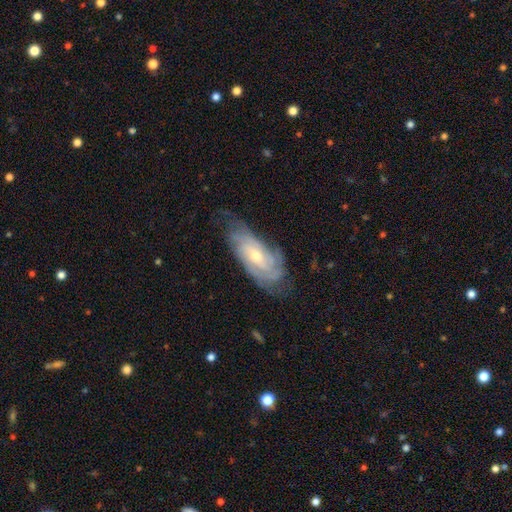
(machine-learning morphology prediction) smooth_or_featured: featured or disk (p=0.80) [alt: smooth p=0.14]
disk_edge_on: no (p=0.91) [alt: yes p=0.09]
bar: no (p=0.61) [alt: weak p=0.32]
has_spiral_arms: yes (p=0.94) [alt: no p=0.06]
spiral_winding: tight (p=0.66) [alt: medium p=0.27]
spiral_arm_count: can't tell (p=0.42) [alt: 3 p=0.18]
bulge_size: moderate (p=0.49) [alt: small p=0.47]
merging: none (p=0.66) [alt: minor disturbance p=0.24]